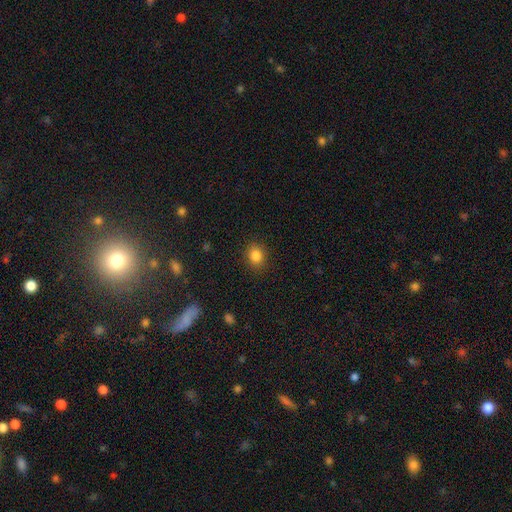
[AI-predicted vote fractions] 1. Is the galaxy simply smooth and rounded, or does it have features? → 84% smooth, 11% star or artifact, 5% featured or disk.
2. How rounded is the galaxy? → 63% round, 36% in between, 1% cigar-shaped.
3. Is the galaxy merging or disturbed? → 88% none, 9% minor disturbance, 3% major disturbance, 1% merger.